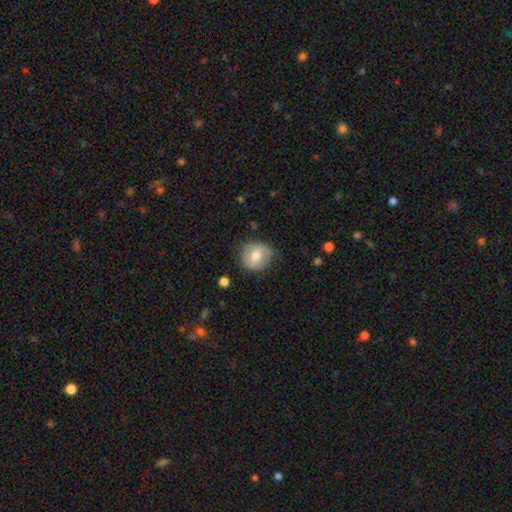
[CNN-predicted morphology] smooth-or-featured: smooth: 59% | featured or disk: 34% | star or artifact: 7%
  how-rounded: round: 85% | in between: 14% | cigar-shaped: 1%
  merging: none: 77% | minor disturbance: 17% | major disturbance: 5% | merger: 1%